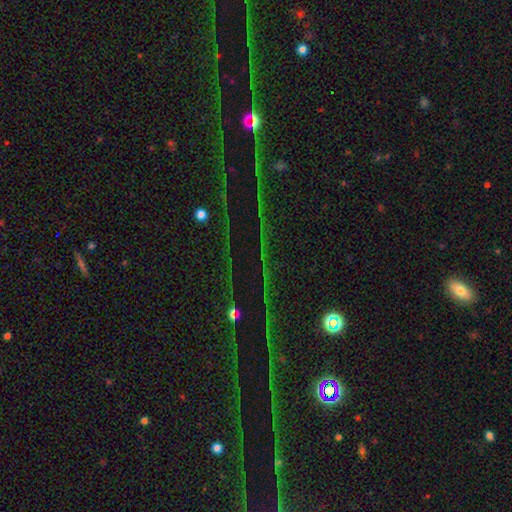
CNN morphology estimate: Smooth or featured?
  - star or artifact: 73% *
  - featured or disk: 14%
  - smooth: 13%